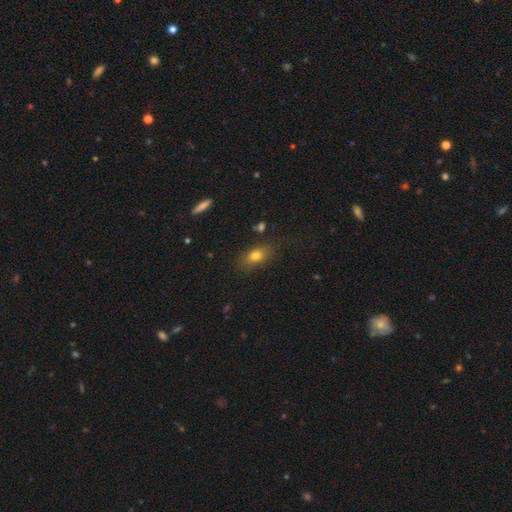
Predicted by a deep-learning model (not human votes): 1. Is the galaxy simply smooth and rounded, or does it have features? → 76% smooth, 13% featured or disk, 11% star or artifact.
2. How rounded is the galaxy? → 76% in between, 17% round, 7% cigar-shaped.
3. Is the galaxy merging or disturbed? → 79% none, 14% minor disturbance, 5% major disturbance, 2% merger.